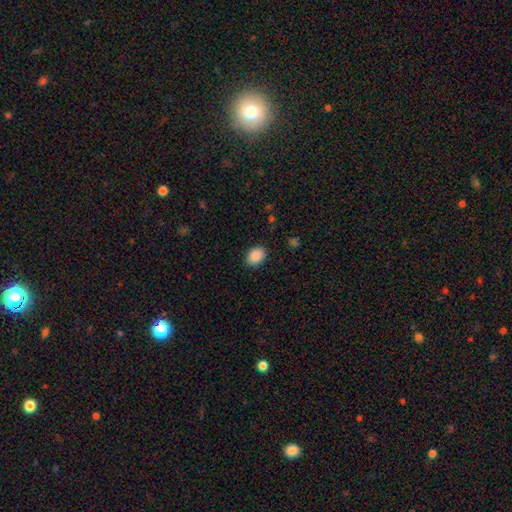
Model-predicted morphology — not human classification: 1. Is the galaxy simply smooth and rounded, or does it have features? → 89% smooth, 8% star or artifact, 3% featured or disk.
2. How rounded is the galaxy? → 68% in between, 31% round, 1% cigar-shaped.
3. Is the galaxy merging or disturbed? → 87% none, 9% minor disturbance, 2% major disturbance, 1% merger.